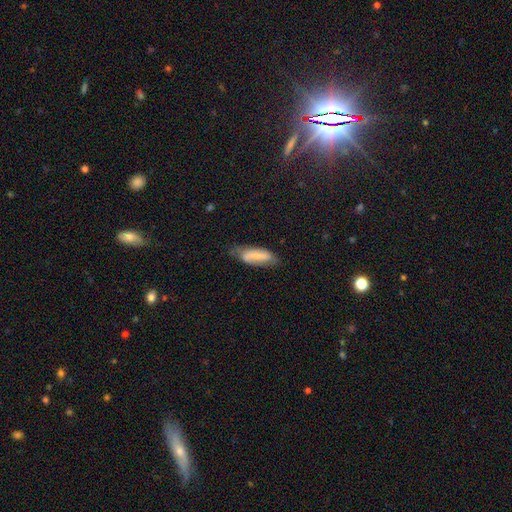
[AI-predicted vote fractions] smooth 71%, featured or disk 22%, star or artifact 7%. Down the decision tree: how rounded — in between (67%); merging — none (52%).